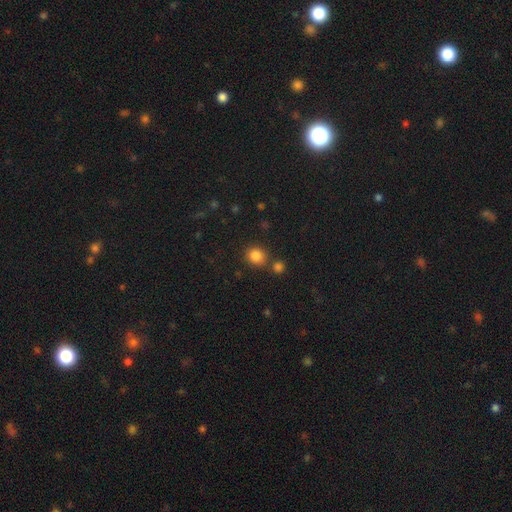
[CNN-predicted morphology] Q: Smooth or featured?
A: smooth (83%); runner-up: star or artifact (12%)
Q: How rounded?
A: round (83%); runner-up: in between (16%)
Q: Merging?
A: none (75%); runner-up: merger (13%)